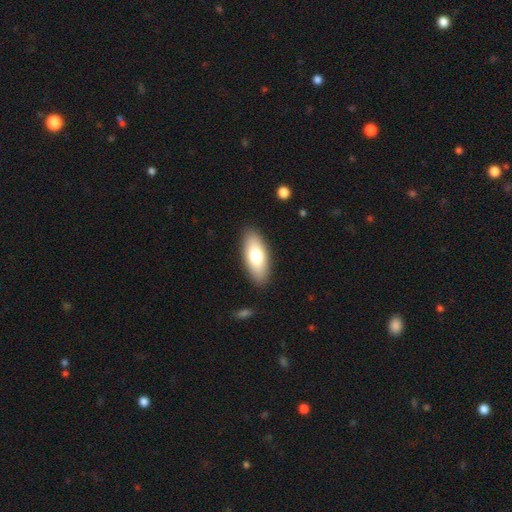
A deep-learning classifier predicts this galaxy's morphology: Smooth or featured: smooth — 70% (featured or disk — 24%)
How rounded: in between — 80% (cigar-shaped — 17%)
Merging: none — 89% (minor disturbance — 8%)